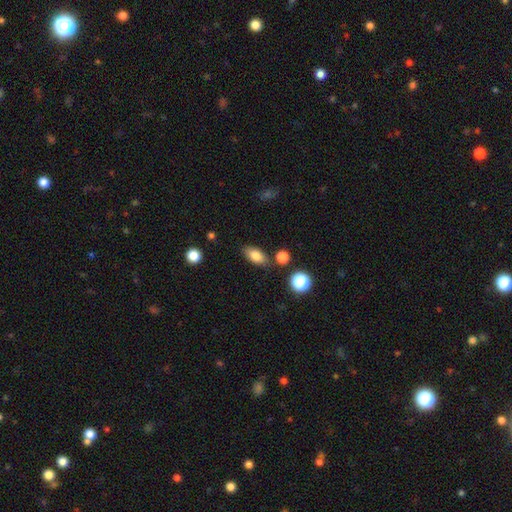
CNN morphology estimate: Smooth or featured?
  - smooth: 81% *
  - featured or disk: 10%
  - star or artifact: 9%
How rounded?
  - in between: 86% *
  - round: 7%
  - cigar-shaped: 7%
Merging?
  - none: 80% *
  - minor disturbance: 12%
  - merger: 5%
  - major disturbance: 3%